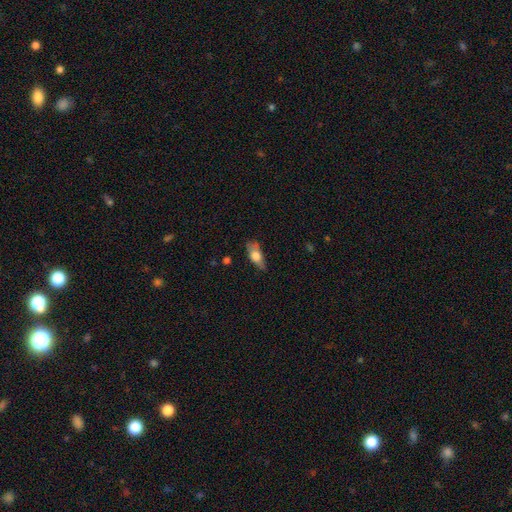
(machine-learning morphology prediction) smooth-or-featured: smooth: 67% | featured or disk: 26% | star or artifact: 7%
  how-rounded: in between: 77% | cigar-shaped: 19% | round: 5%
  merging: none: 55% | minor disturbance: 33% | major disturbance: 10% | merger: 2%